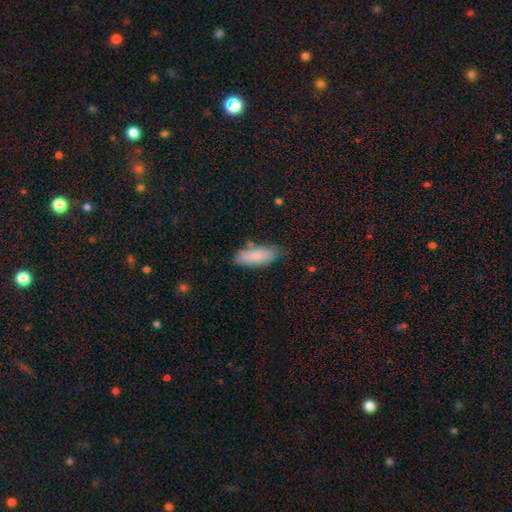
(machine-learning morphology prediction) Overall: smooth (82%). How rounded: in between (73%). Merging: none (71%).